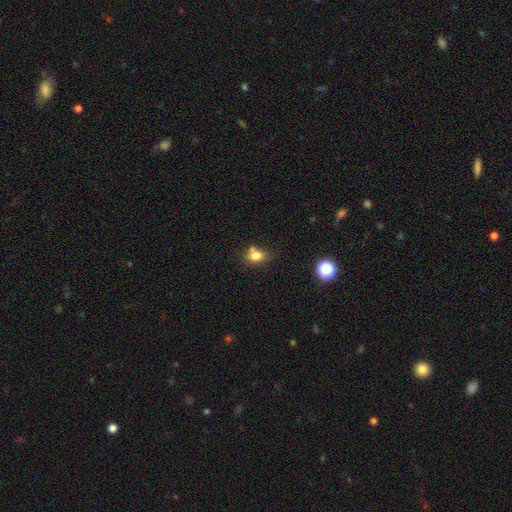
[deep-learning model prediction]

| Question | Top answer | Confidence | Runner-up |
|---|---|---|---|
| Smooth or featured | smooth | 78% | star or artifact (12%) |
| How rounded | in between | 58% | round (40%) |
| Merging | none | 51% | merger (24%) |